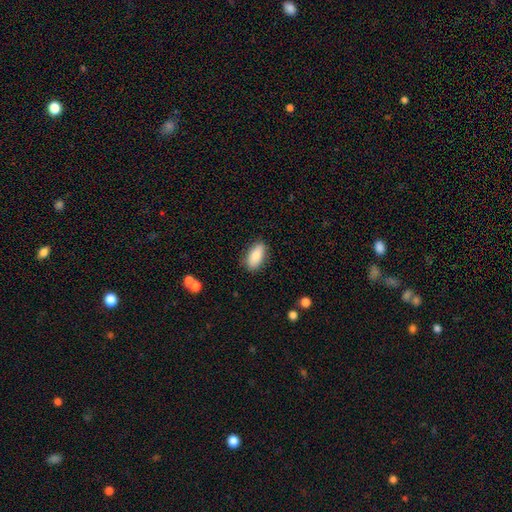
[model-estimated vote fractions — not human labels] Smooth or featured? Predicted: smooth (p=0.82). How rounded? Predicted: in between (p=0.88). Merging? Predicted: none (p=0.84).